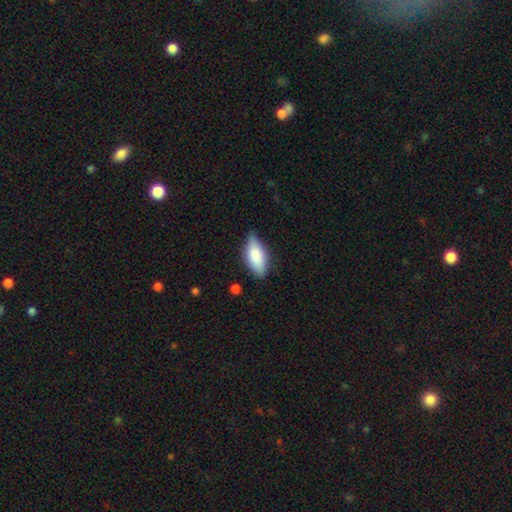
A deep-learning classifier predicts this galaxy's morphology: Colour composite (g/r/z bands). It shows a smooth galaxy with no disk features (82%) that is in between round and cigar-shaped (82%). Merging: none (77%).